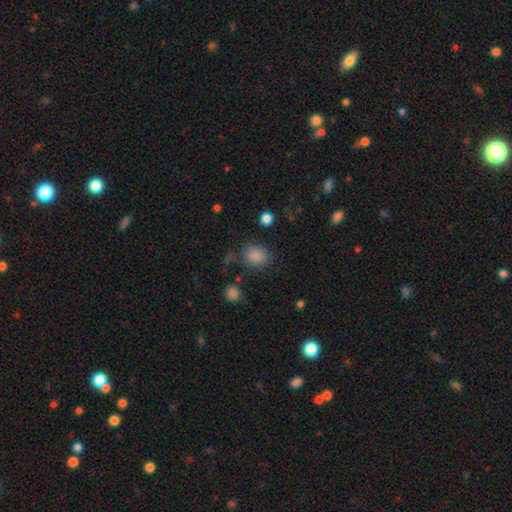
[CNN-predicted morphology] smooth 84%, star or artifact 12%, featured or disk 4%. Down the decision tree: how rounded — round (66%); merging — none (76%).